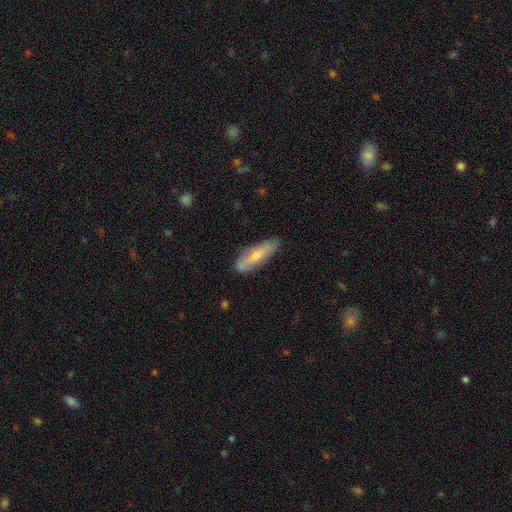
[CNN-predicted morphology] The model was most divided on "how rounded": cigar-shaped: 60%, in between: 38%, round: 2%. More confident: merging — none (76%); smooth or featured — smooth (59%).